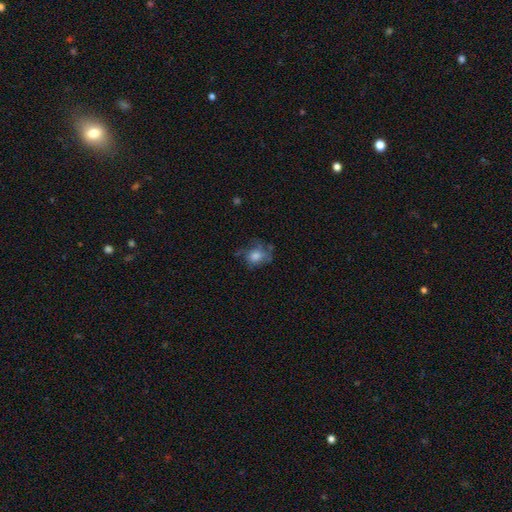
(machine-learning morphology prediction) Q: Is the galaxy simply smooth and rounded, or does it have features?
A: smooth — 51%.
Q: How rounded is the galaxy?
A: round — 58%.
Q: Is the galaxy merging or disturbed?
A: none — 53%.